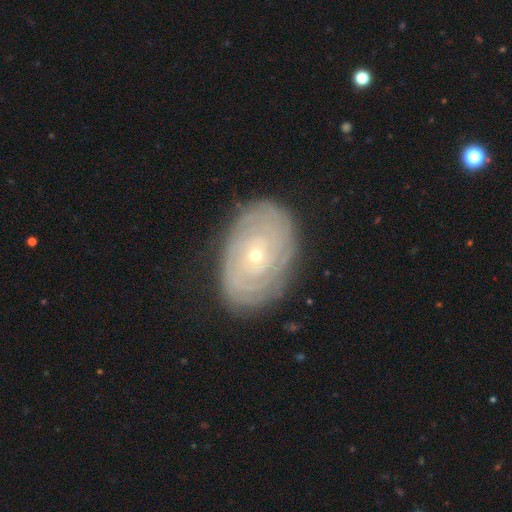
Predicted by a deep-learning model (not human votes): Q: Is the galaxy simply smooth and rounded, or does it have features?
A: featured or disk — 83%.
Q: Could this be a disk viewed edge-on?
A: no — 96%.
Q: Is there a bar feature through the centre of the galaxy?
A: no — 82%.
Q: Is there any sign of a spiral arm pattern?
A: yes — 93%.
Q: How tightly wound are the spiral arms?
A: tight — 89%.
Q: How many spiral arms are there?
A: can't tell — 43%.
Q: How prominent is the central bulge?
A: small — 73%.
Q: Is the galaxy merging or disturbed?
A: none — 82%.